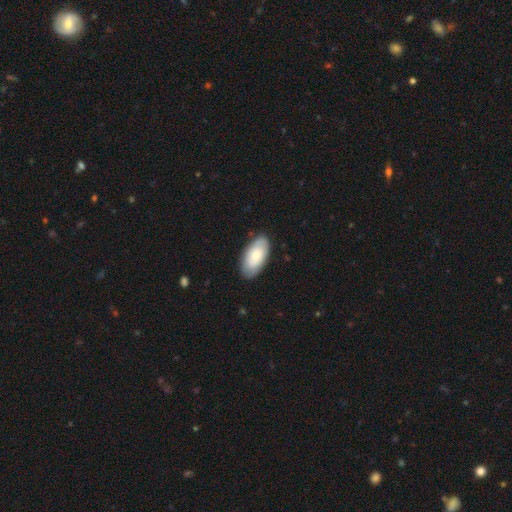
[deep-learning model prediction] Smooth or featured?
  - smooth: 71% *
  - featured or disk: 23%
  - star or artifact: 6%
How rounded?
  - in between: 95% *
  - cigar-shaped: 3%
  - round: 2%
Merging?
  - none: 83% *
  - minor disturbance: 14%
  - major disturbance: 3%
  - merger: 1%